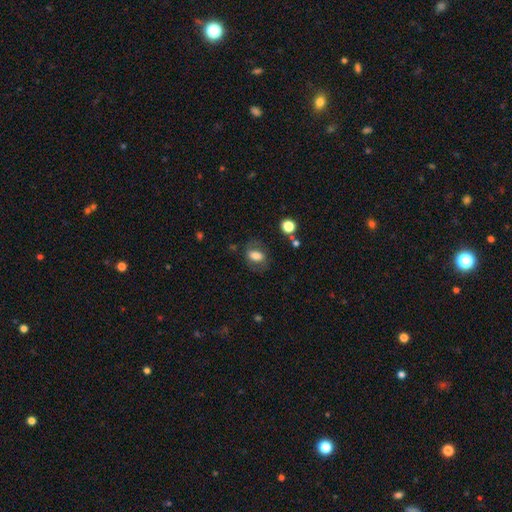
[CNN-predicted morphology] Smooth or featured? smooth (71%)
How rounded? in between (79%)
Merging? none (70%)